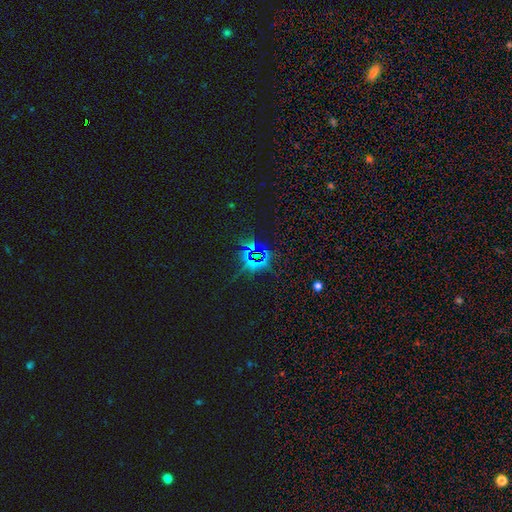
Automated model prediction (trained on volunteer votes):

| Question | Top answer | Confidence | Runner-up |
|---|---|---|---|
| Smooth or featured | star or artifact | 77% | smooth (14%) |